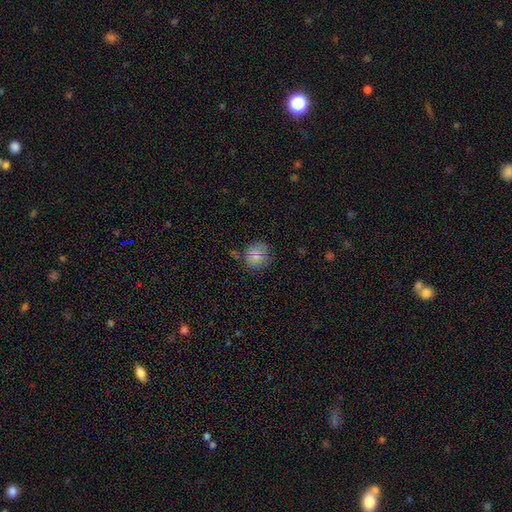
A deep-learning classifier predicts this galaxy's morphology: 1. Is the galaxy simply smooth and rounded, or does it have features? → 76% smooth, 15% star or artifact, 9% featured or disk.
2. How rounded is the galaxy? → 77% round, 22% in between, 1% cigar-shaped.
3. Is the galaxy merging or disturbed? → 73% none, 18% minor disturbance, 5% major disturbance, 3% merger.